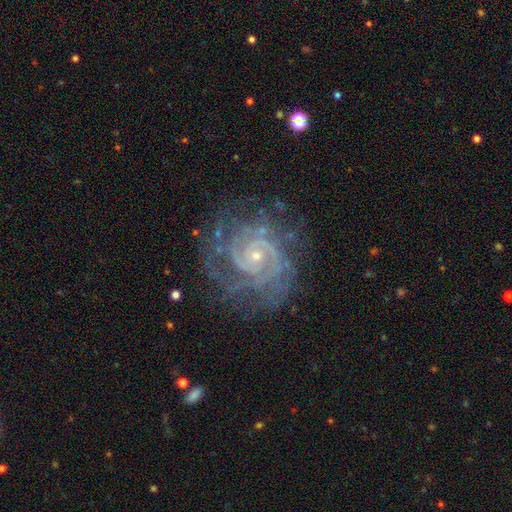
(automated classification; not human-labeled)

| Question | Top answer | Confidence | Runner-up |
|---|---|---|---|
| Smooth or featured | featured or disk | 90% | star or artifact (6%) |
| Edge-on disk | no | 98% | yes (2%) |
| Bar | no | 71% | weak (22%) |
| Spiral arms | yes | 98% | no (2%) |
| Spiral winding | tight | 70% | medium (26%) |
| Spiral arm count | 2 | 46% | 3 (19%) |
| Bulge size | small | 79% | moderate (17%) |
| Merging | none | 72% | minor disturbance (18%) |